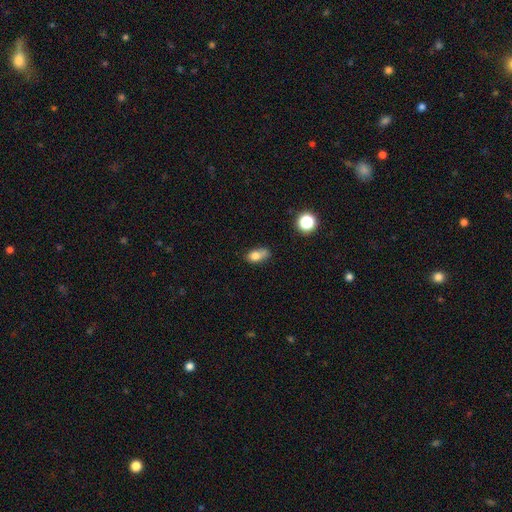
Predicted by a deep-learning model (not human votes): A smooth galaxy with no disk features (76%) that is in between round and cigar-shaped (79%).

Vote fractions:
- Smooth or featured? smooth: 76% / featured or disk: 13% / star or artifact: 11%
- How rounded? in between: 79% / round: 16% / cigar-shaped: 5%
- Merging? none: 46% / minor disturbance: 32% / merger: 12% / major disturbance: 11%